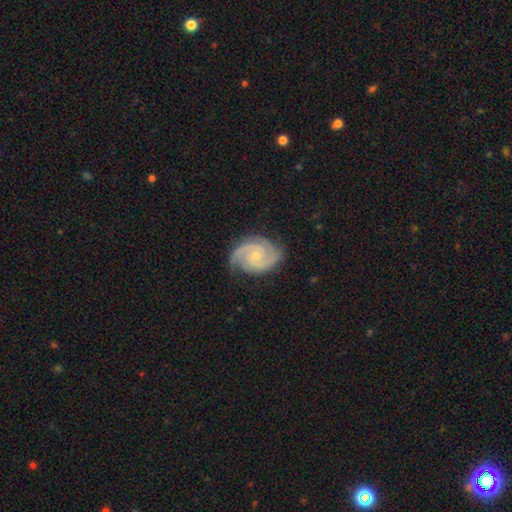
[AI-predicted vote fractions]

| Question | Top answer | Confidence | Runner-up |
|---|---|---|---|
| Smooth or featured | featured or disk | 92% | star or artifact (4%) |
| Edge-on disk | no | 98% | yes (2%) |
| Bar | no | 66% | weak (29%) |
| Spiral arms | yes | 98% | no (2%) |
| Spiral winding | tight | 53% | medium (42%) |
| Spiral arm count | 2 | 75% | 3 (16%) |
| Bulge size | small | 69% | moderate (26%) |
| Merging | none | 80% | minor disturbance (15%) |